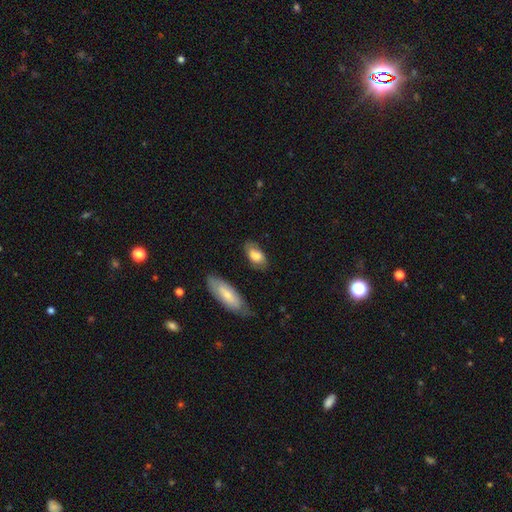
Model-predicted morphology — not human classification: This appears to be a smooth galaxy with no disk features (73%) that is in between round and cigar-shaped (89%). Merging: none (64%).